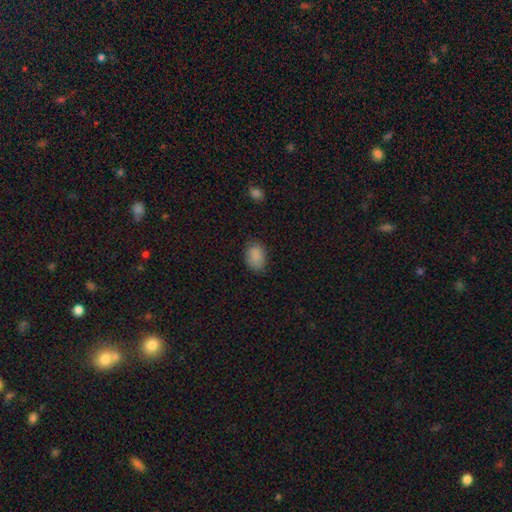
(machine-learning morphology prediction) This appears to be a smooth galaxy with no disk features (87%) that is in between round and cigar-shaped (73%). Merging: none (75%).